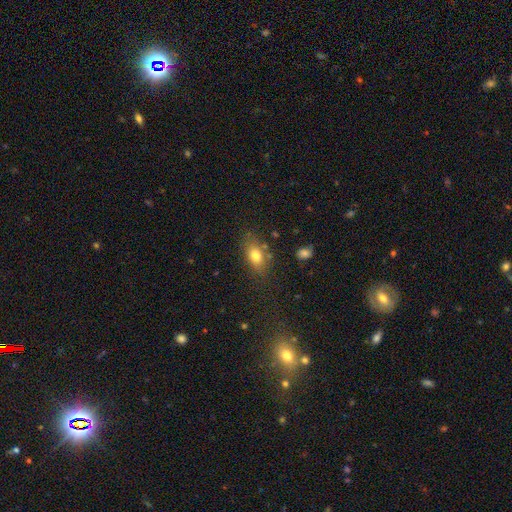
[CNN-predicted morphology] smooth-or-featured: smooth: 79% | featured or disk: 12% | star or artifact: 10%
  how-rounded: in between: 84% | round: 13% | cigar-shaped: 4%
  merging: none: 74% | minor disturbance: 17% | major disturbance: 5% | merger: 4%